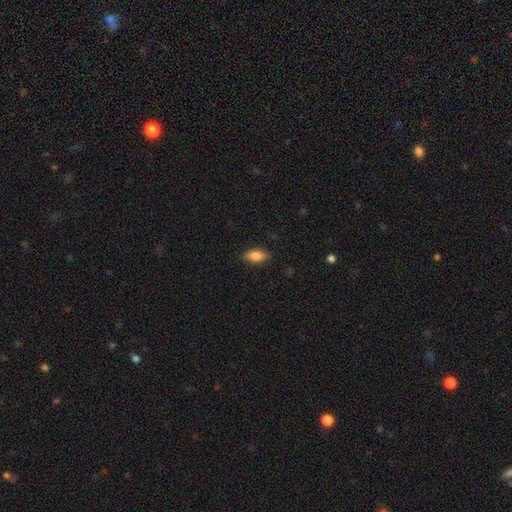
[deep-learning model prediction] Smooth or featured?
  - smooth: 81% *
  - featured or disk: 12%
  - star or artifact: 7%
How rounded?
  - in between: 83% *
  - cigar-shaped: 14%
  - round: 3%
Merging?
  - none: 85% *
  - minor disturbance: 12%
  - major disturbance: 2%
  - merger: 1%